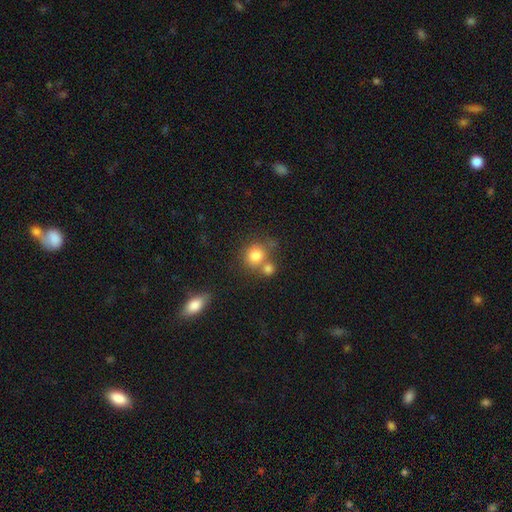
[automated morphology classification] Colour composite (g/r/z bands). It shows a smooth galaxy with no disk features (80%) that is round (83%). Merging: none (52%).